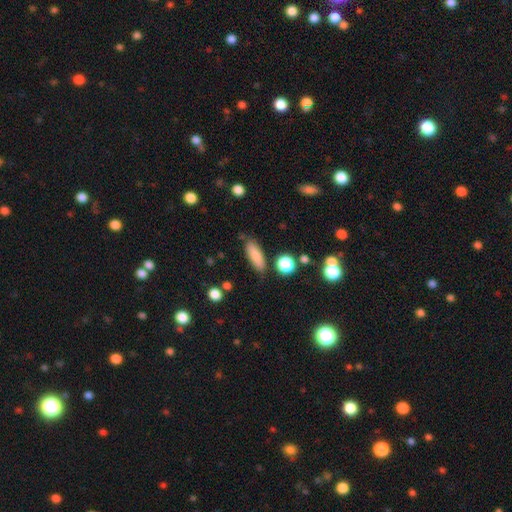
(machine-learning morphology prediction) Smooth or featured? smooth (83%)
How rounded? in between (57%)
Merging? none (79%)